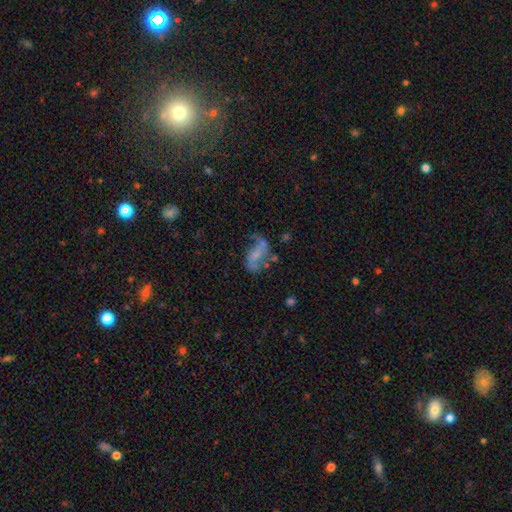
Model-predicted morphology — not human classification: type=featured or disk (67%); edge-on=no (97%); bar=no (44%); spiral arms=yes (73%); bulge=none (50%); merging=none (37%).